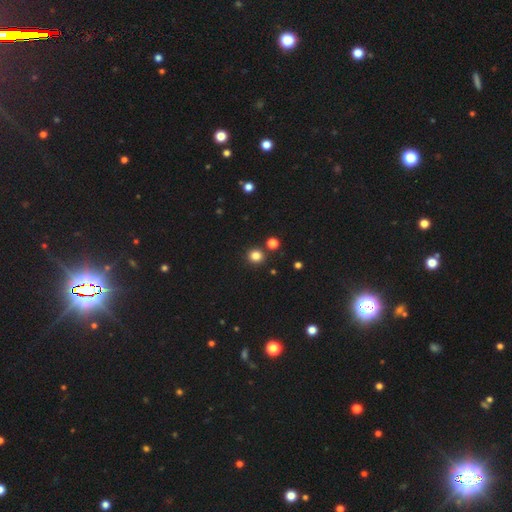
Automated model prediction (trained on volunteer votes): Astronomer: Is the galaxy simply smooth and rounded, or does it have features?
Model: smooth — 82%.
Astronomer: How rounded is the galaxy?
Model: round — 90%.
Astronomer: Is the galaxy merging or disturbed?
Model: none — 87%.